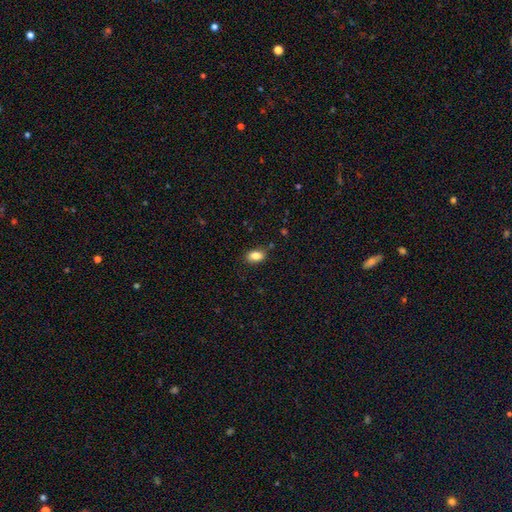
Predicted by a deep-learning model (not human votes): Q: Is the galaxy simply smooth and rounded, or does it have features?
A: smooth — 85%.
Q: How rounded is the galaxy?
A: in between — 88%.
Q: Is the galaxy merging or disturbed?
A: none — 84%.